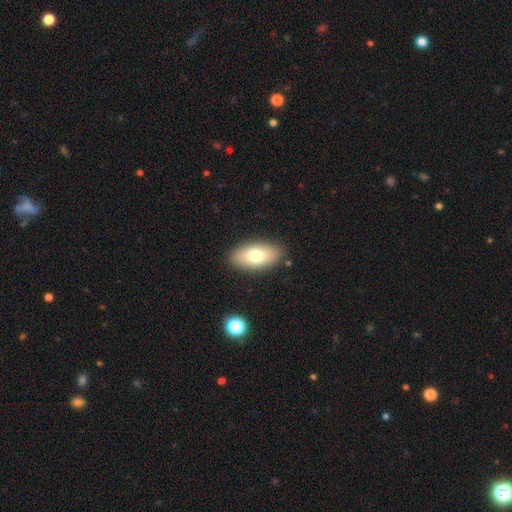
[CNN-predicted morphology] smooth_or_featured: smooth (p=0.73) [alt: featured or disk p=0.20]
how_rounded: in between (p=0.91) [alt: cigar-shaped p=0.05]
merging: none (p=0.87) [alt: minor disturbance p=0.09]